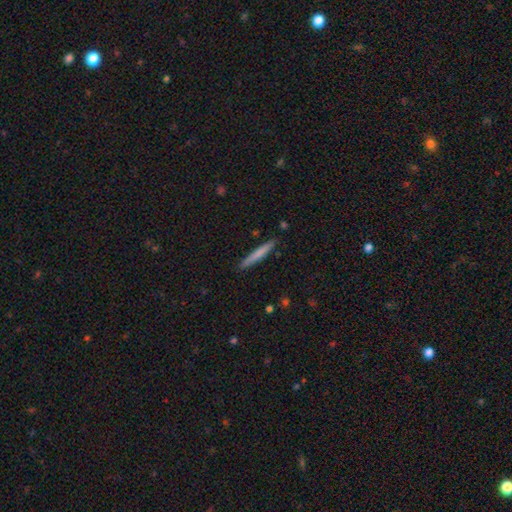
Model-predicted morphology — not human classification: Smooth or featured? smooth (66%)
How rounded? cigar-shaped (96%)
Merging? none (90%)